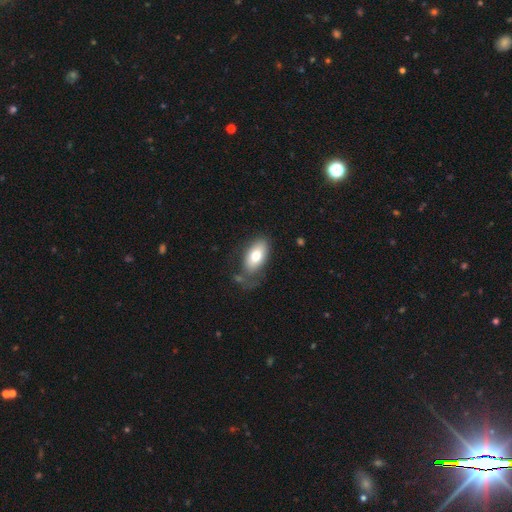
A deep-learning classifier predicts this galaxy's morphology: A smooth galaxy with no disk features (75%) that is in between round and cigar-shaped (92%). Merging: none (58%).